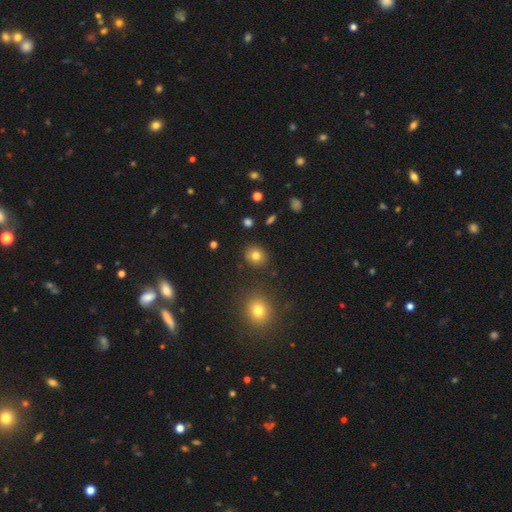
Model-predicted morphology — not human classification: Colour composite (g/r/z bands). It shows a smooth galaxy with no disk features (79%) that is round (77%). Merging: none (88%).